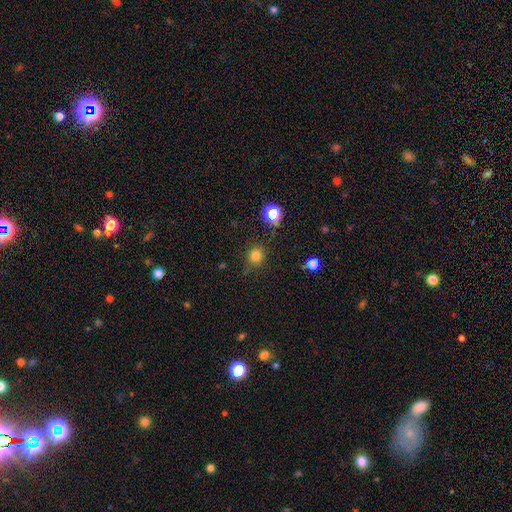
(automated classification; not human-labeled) smooth 79%, star or artifact 15%, featured or disk 5%. Down the decision tree: how rounded — round (91%); merging — none (83%).